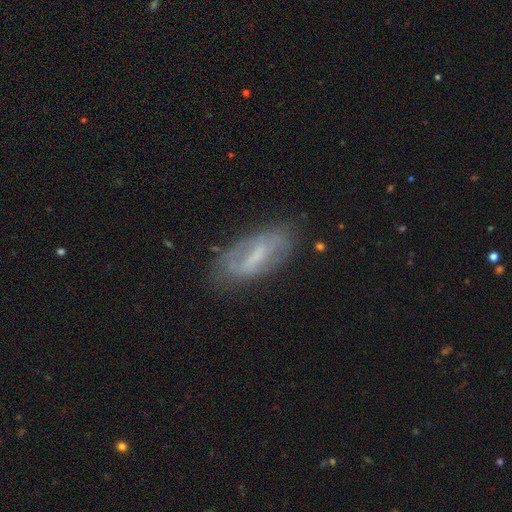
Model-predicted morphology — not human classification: Smooth or featured?
  - featured or disk: 61% *
  - smooth: 31%
  - star or artifact: 8%
Edge-on disk?
  - no: 86% *
  - yes: 14%
Bar?
  - strong: 43% *
  - weak: 39%
  - no: 18%
Spiral arms?
  - yes: 52% *
  - no: 48%
Bulge size?
  - small: 34% *
  - none: 31%
  - moderate: 29%
  - large: 5%
  - dominant: 1%
Merging?
  - none: 68% *
  - minor disturbance: 21%
  - major disturbance: 9%
  - merger: 2%